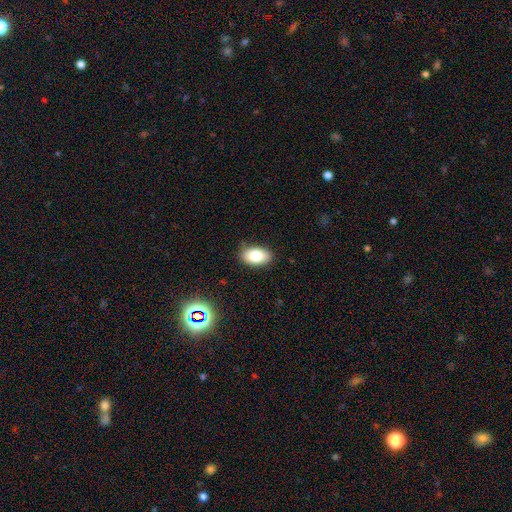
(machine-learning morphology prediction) A smooth galaxy with no disk features (81%) that is in between round and cigar-shaped (93%). Merging: none (85%).